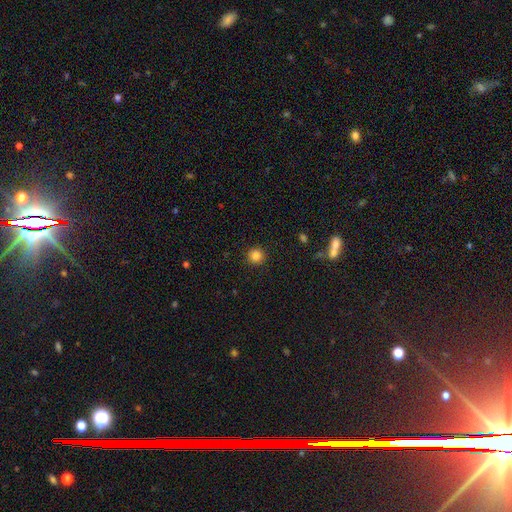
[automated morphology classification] A smooth galaxy with no disk features (84%) that is round (95%).

Vote fractions:
- Smooth or featured? smooth: 84% / star or artifact: 12% / featured or disk: 4%
- How rounded? round: 95% / in between: 4% / cigar-shaped: 1%
- Merging? none: 92% / minor disturbance: 5% / major disturbance: 2% / merger: 1%